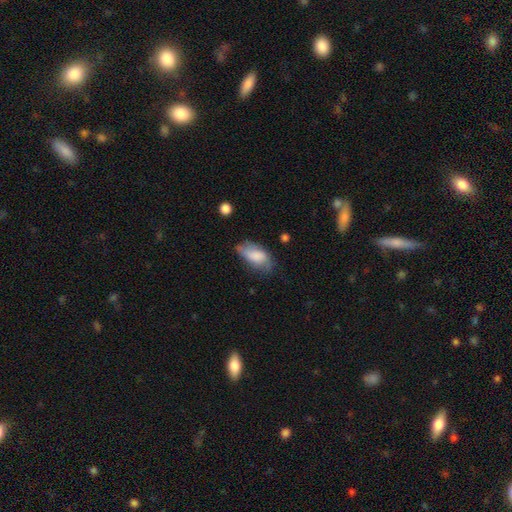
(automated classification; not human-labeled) smooth 76%, featured or disk 17%, star or artifact 7%. Down the decision tree: how rounded — in between (92%); merging — none (48%).